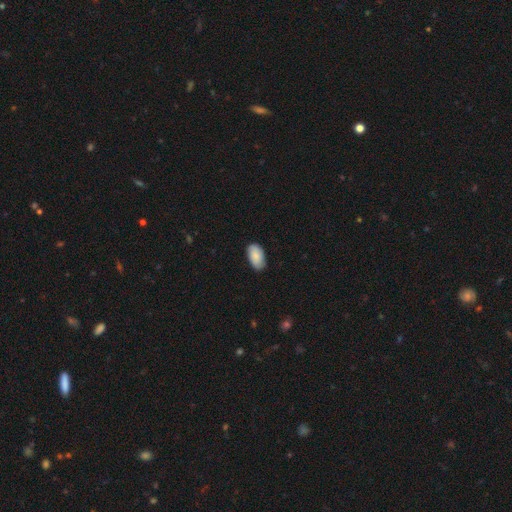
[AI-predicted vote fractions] Smooth or featured: smooth — 87% (featured or disk — 7%)
How rounded: in between — 95% (round — 3%)
Merging: none — 83% (minor disturbance — 14%)